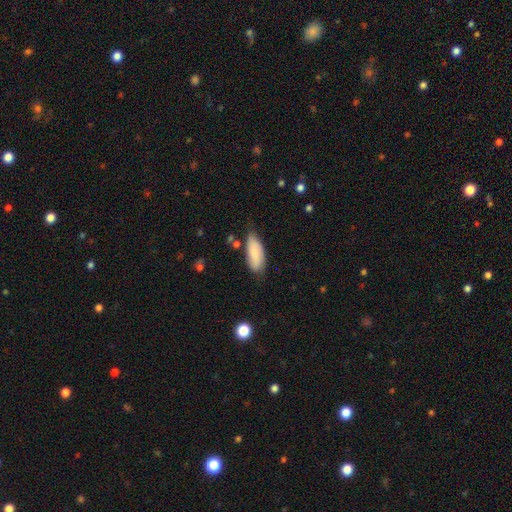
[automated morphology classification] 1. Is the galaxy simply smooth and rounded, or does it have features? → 83% smooth, 11% featured or disk, 6% star or artifact.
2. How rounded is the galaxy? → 80% in between, 18% cigar-shaped, 2% round.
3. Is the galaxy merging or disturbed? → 64% none, 27% minor disturbance, 5% major disturbance, 3% merger.